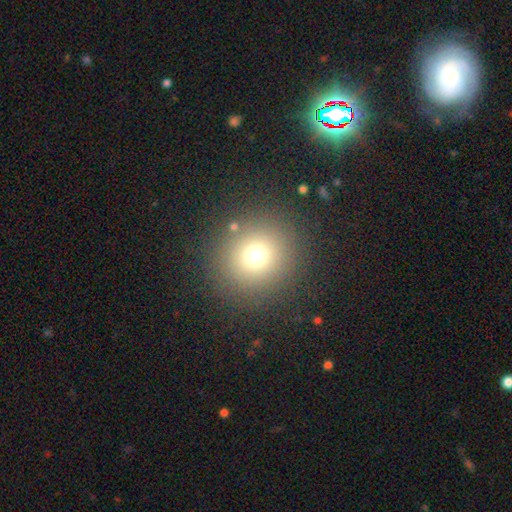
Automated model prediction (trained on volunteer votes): A smooth galaxy with no disk features (71%) that is round (92%).

Vote fractions:
- Smooth or featured? smooth: 71% / star or artifact: 19% / featured or disk: 10%
- How rounded? round: 92% / in between: 8% / cigar-shaped: 1%
- Merging? none: 87% / minor disturbance: 7% / major disturbance: 4% / merger: 2%